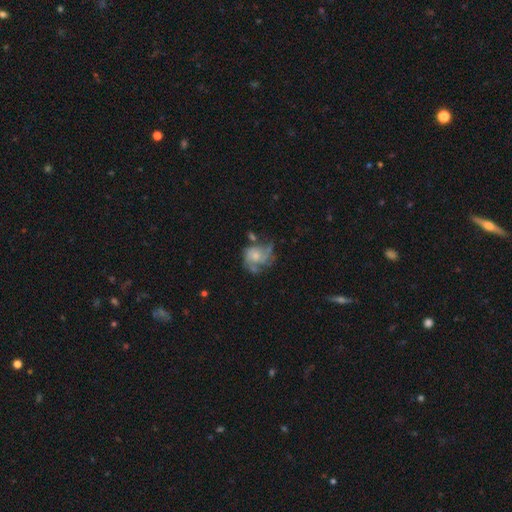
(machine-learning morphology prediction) A featured or disk galaxy (66%) with no bar (79%), spiral arms (77%) and a small central bulge (43%). Merging: none (41%).